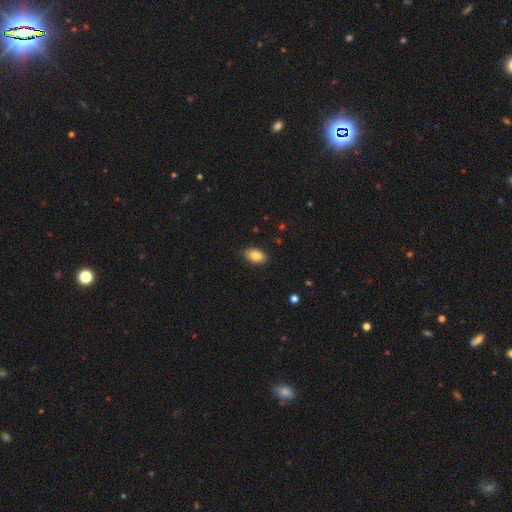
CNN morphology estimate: smooth_or_featured: smooth (p=0.85) [alt: star or artifact p=0.08]
how_rounded: in between (p=0.89) [alt: round p=0.09]
merging: none (p=0.86) [alt: minor disturbance p=0.11]